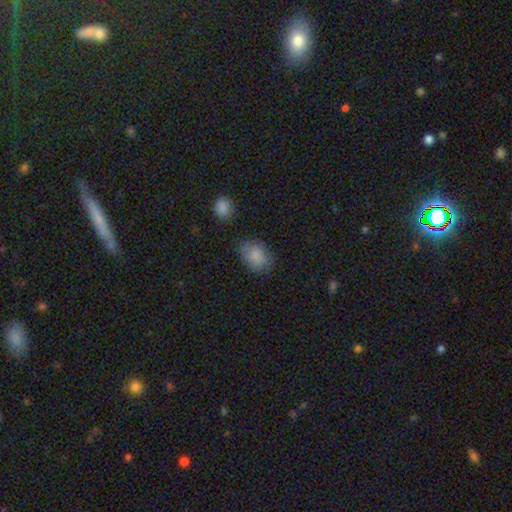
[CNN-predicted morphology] smooth 85%, star or artifact 8%, featured or disk 7%. Down the decision tree: how rounded — in between (74%); merging — none (72%).